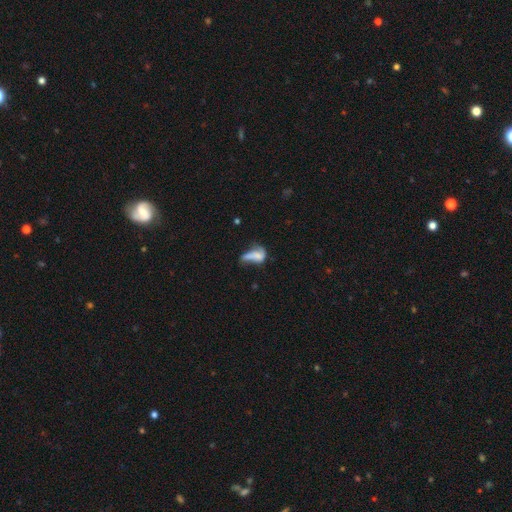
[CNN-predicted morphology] type=smooth (54%); roundness=in between (75%); merging=major disturbance (38%).